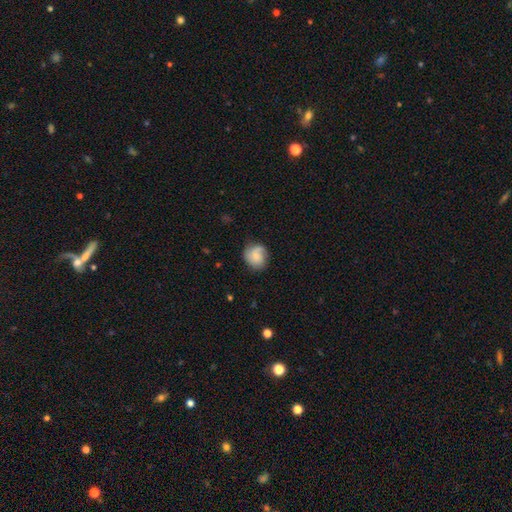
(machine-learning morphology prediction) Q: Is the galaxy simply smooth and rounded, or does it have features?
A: smooth — 53%.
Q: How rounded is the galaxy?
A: round — 73%.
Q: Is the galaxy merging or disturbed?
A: none — 65%.